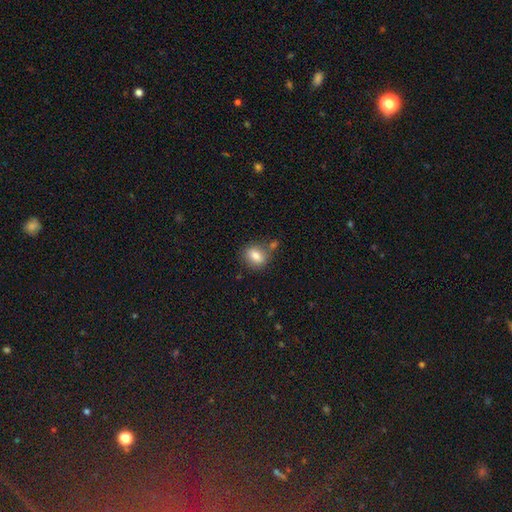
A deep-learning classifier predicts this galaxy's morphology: Q: Smooth or featured?
A: smooth (81%); runner-up: featured or disk (10%)
Q: How rounded?
A: round (51%); runner-up: in between (47%)
Q: Merging?
A: none (69%); runner-up: minor disturbance (14%)